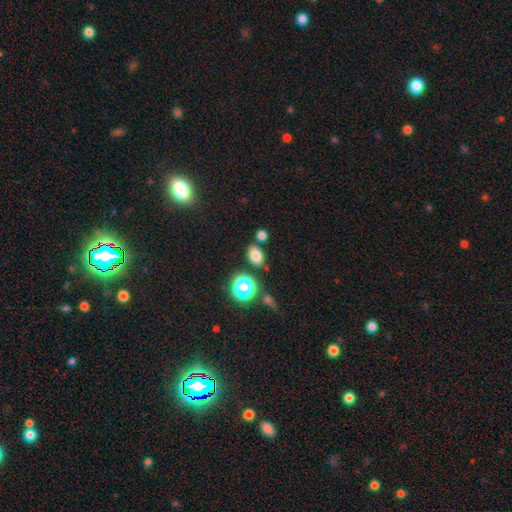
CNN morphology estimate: The model was most divided on "how rounded": in between: 78%, round: 20%, cigar-shaped: 1%. More confident: smooth or featured — smooth (78%); merging — none (77%).